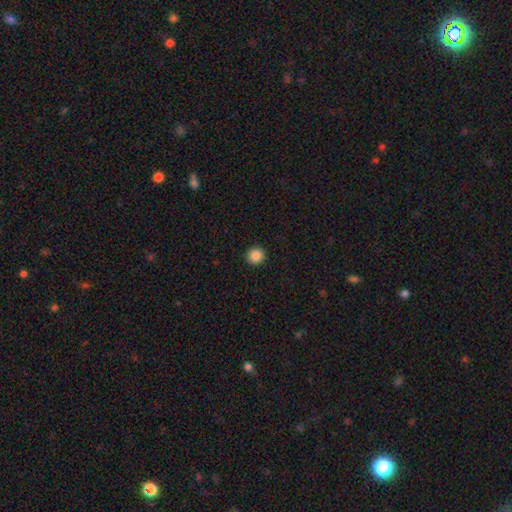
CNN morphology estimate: The model was most divided on "smooth or featured": smooth: 87%, star or artifact: 10%, featured or disk: 3%. More confident: merging — none (93%); how rounded — round (93%).